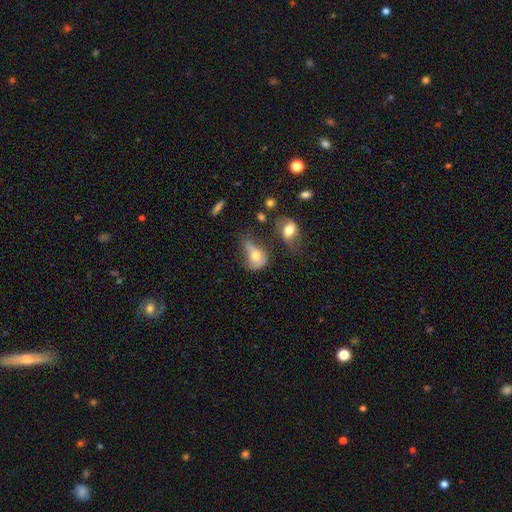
Smooth or featured? 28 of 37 (76%) said smooth. How rounded? 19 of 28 (68%) said in between. Merging? 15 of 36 (42%) said minor disturbance.